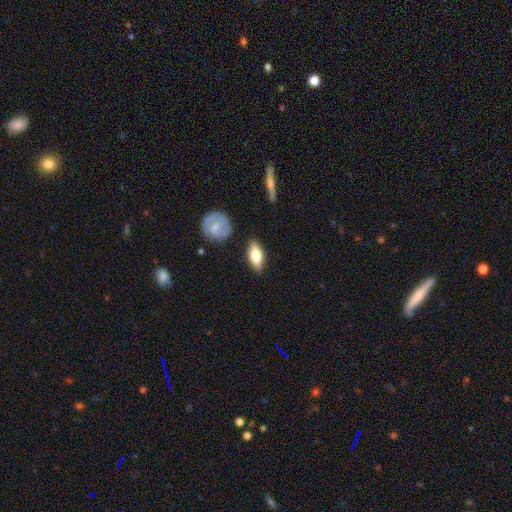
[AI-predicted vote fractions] smooth 67%, featured or disk 27%, star or artifact 6%. Down the decision tree: how rounded — in between (75%); merging — none (84%).